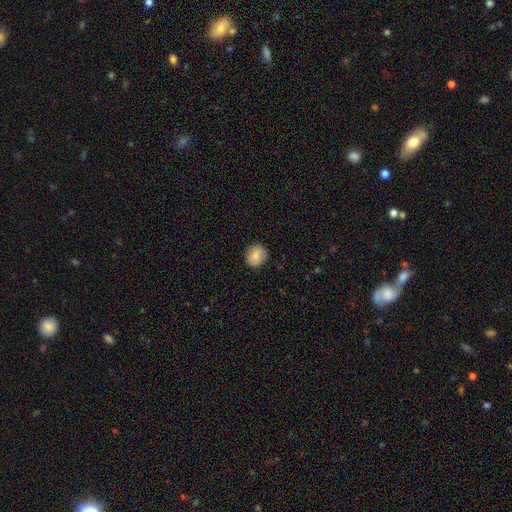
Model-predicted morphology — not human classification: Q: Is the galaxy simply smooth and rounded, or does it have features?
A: smooth — 82%.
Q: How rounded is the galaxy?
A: round — 81%.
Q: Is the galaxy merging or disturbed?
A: none — 85%.